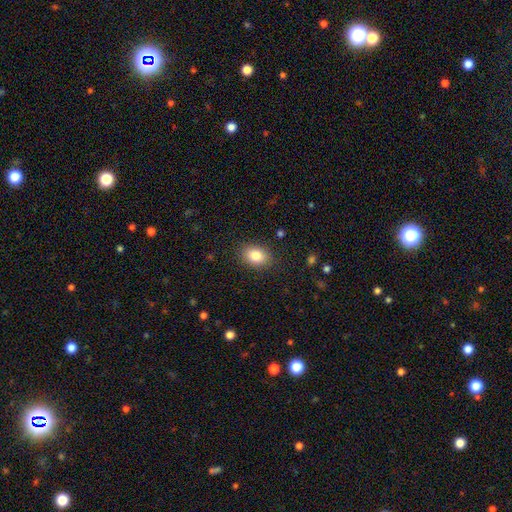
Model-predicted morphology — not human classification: This appears to be a smooth galaxy with no disk features (84%) that is in between round and cigar-shaped (77%). Merging: none (87%).